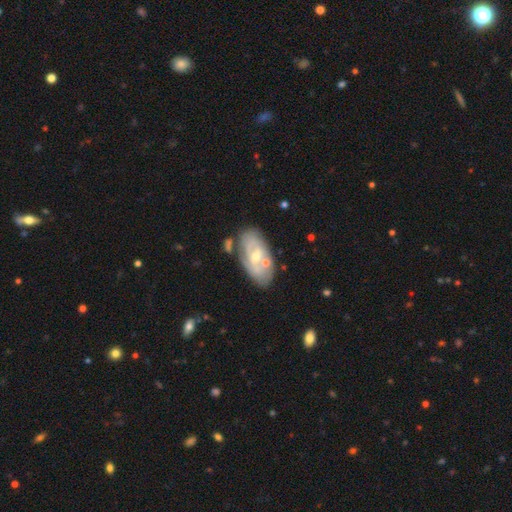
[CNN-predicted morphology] smooth-or-featured: featured or disk: 65% | smooth: 28% | star or artifact: 7%
  disk-edge-on: no: 91% | yes: 9%
    bar: no: 57% | weak: 33% | strong: 10%
    has-spiral-arms: yes: 59% | no: 41%
    bulge-size: small: 53% | moderate: 43% | none: 2% | large: 2% | dominant: 1%
  merging: none: 65% | minor disturbance: 18% | merger: 11% | major disturbance: 6%